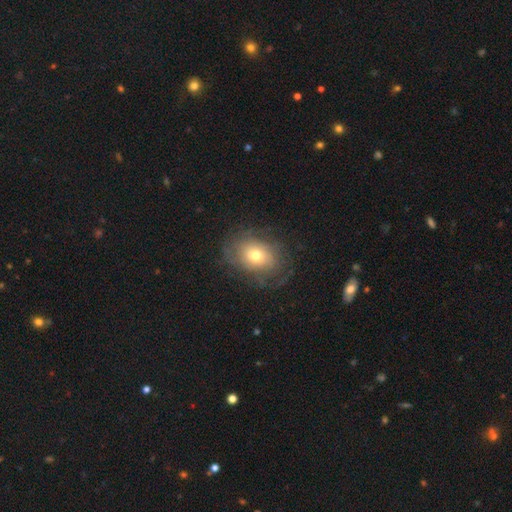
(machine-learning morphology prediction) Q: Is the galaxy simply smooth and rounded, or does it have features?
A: smooth — 53%.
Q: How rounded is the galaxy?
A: in between — 60%.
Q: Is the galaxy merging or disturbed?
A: none — 68%.